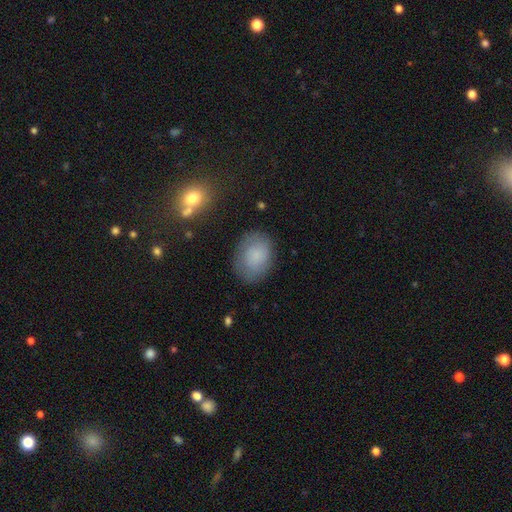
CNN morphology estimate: smooth_or_featured: smooth (p=0.78) [alt: featured or disk p=0.14]
how_rounded: in between (p=0.73) [alt: round p=0.26]
merging: none (p=0.78) [alt: minor disturbance p=0.16]